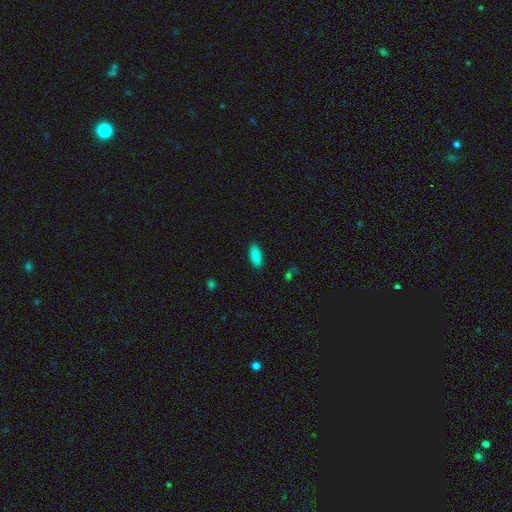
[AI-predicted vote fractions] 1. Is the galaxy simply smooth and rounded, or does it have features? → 89% smooth, 8% star or artifact, 4% featured or disk.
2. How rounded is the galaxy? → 82% in between, 16% cigar-shaped, 2% round.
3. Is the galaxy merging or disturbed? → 89% none, 8% minor disturbance, 2% major disturbance, 1% merger.